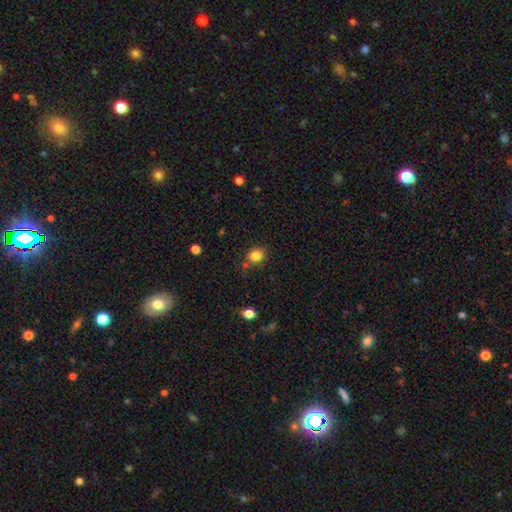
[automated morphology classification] Smooth or featured?
  - smooth: 83% *
  - star or artifact: 12%
  - featured or disk: 5%
How rounded?
  - round: 67% *
  - in between: 32%
  - cigar-shaped: 1%
Merging?
  - none: 77% *
  - minor disturbance: 13%
  - merger: 6%
  - major disturbance: 4%